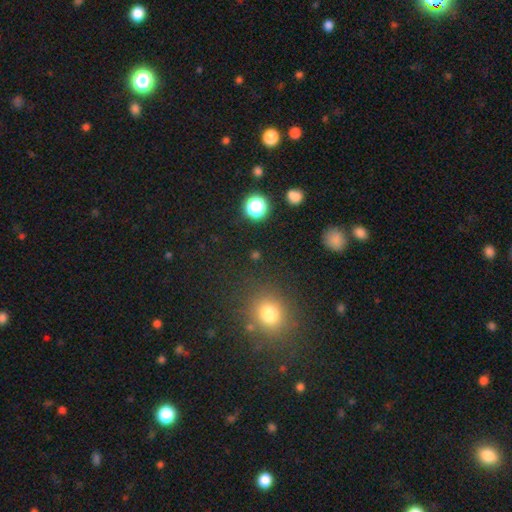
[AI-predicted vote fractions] Overall: smooth (58%; star or artifact 35%). How rounded: round (83%). Merging: none (83%).